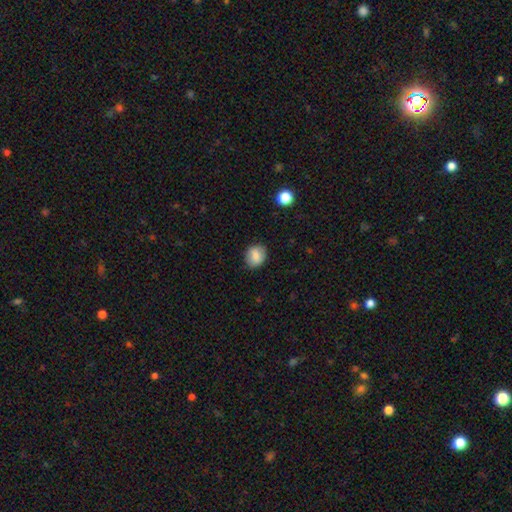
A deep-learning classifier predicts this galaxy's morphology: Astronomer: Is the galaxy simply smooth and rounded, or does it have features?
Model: smooth — 82%.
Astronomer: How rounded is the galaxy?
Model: round — 64%.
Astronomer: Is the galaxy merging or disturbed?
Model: none — 85%.